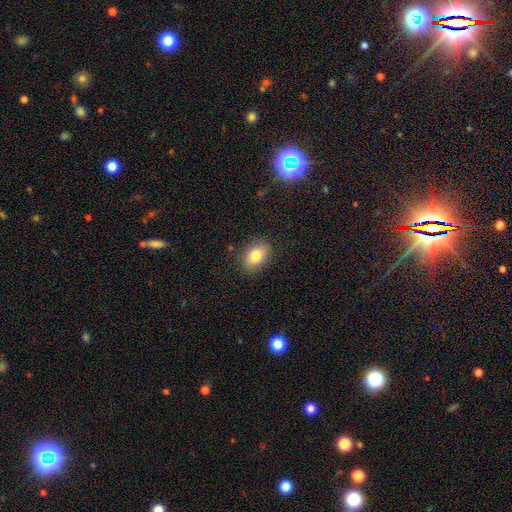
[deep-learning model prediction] Smooth or featured?
  - smooth: 80% *
  - featured or disk: 12%
  - star or artifact: 8%
How rounded?
  - in between: 82% *
  - round: 17%
  - cigar-shaped: 2%
Merging?
  - none: 84% *
  - minor disturbance: 12%
  - major disturbance: 3%
  - merger: 1%